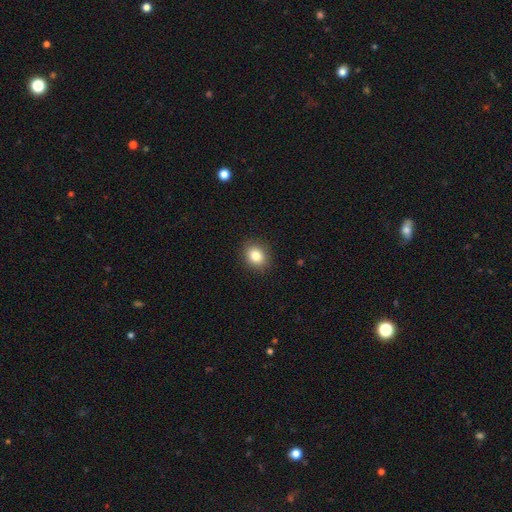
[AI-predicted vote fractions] smooth_or_featured: smooth (p=0.84) [alt: star or artifact p=0.10]
how_rounded: round (p=0.58) [alt: in between p=0.41]
merging: none (p=0.89) [alt: minor disturbance p=0.08]